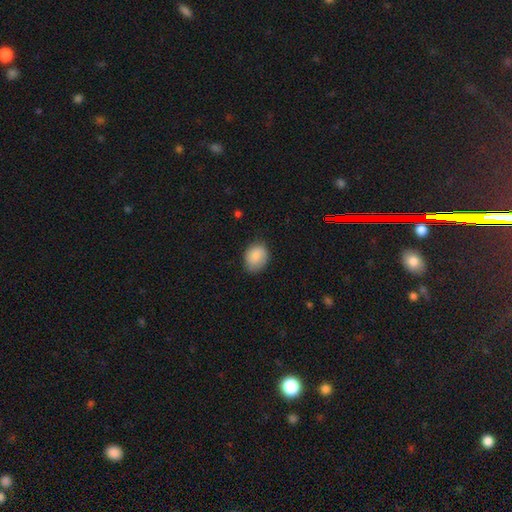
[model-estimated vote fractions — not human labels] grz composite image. It shows a smooth galaxy with no disk features (84%) that is in between round and cigar-shaped (55%). Merging: none (76%).